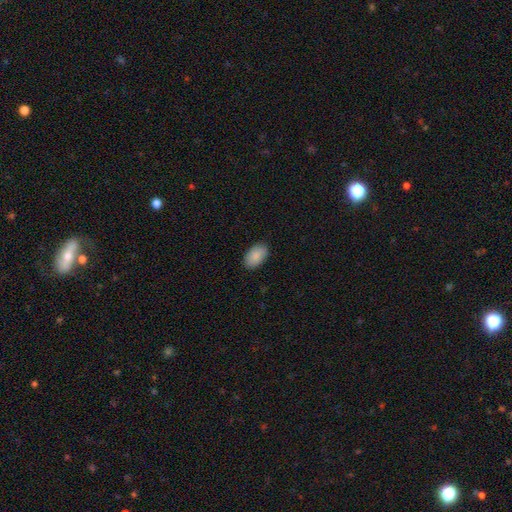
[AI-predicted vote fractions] Q: Smooth or featured?
A: smooth (89%); runner-up: star or artifact (6%)
Q: How rounded?
A: in between (94%); runner-up: round (4%)
Q: Merging?
A: none (89%); runner-up: minor disturbance (8%)